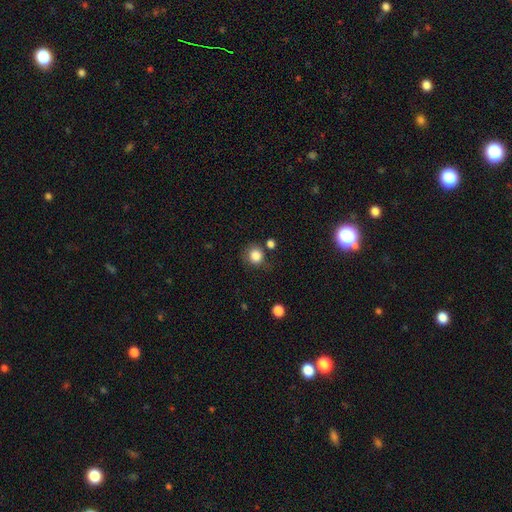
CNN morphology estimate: Overall: smooth (84%). How rounded: round (87%). Merging: none (73%).